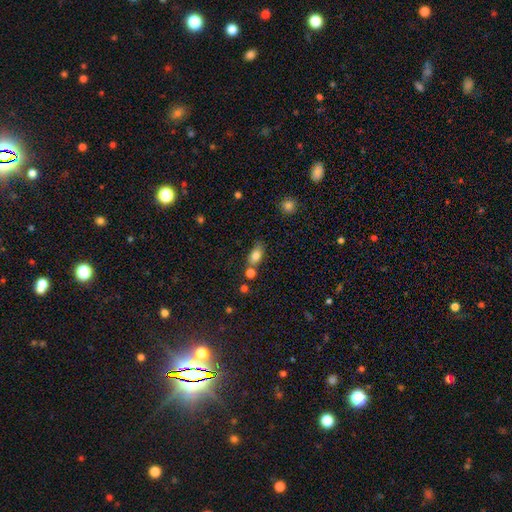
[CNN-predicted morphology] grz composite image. It shows a smooth galaxy with no disk features (80%) that is in between round and cigar-shaped (83%). Merging: none (58%).